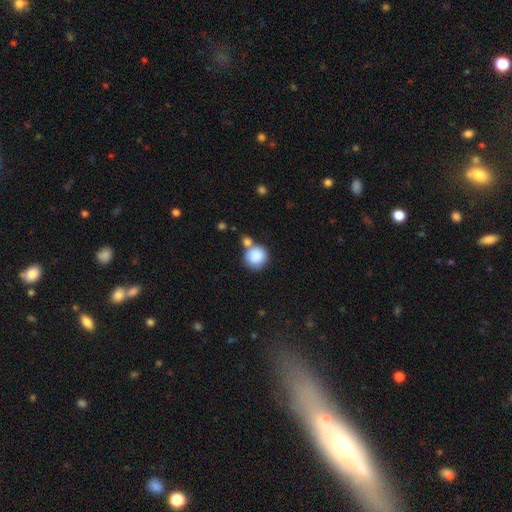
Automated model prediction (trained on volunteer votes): smooth-or-featured: smooth: 87% | star or artifact: 8% | featured or disk: 5%
  how-rounded: round: 89% | in between: 10% | cigar-shaped: 1%
  merging: none: 56% | merger: 28% | minor disturbance: 12% | major disturbance: 4%